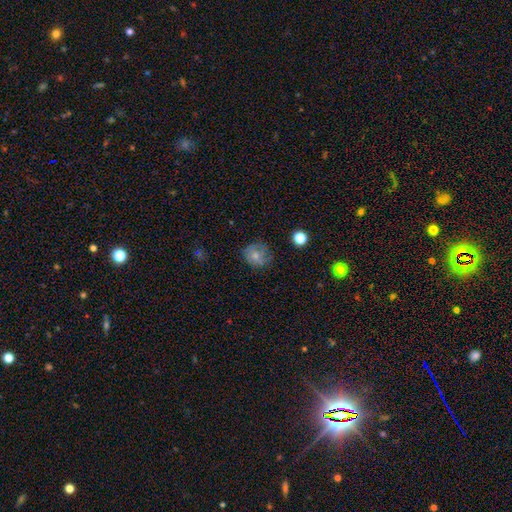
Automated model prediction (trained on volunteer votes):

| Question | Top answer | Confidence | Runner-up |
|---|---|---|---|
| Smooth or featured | smooth | 69% | featured or disk (19%) |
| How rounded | round | 81% | in between (18%) |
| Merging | none | 69% | minor disturbance (22%) |